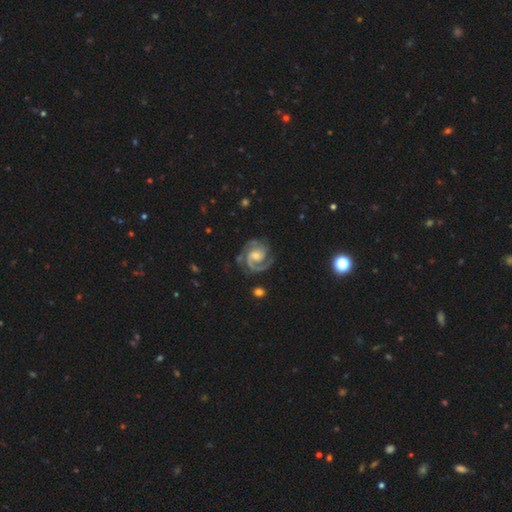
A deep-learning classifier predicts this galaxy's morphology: The model was most divided on "spiral winding": tight: 51%, medium: 43%, loose: 6%. Remaining: spiral arms — yes (98%); edge-on disk — no (98%); smooth or featured — featured or disk (91%); spiral arm count — 2 (76%); merging — none (75%); bar — no (51%); bulge size — moderate (49%).